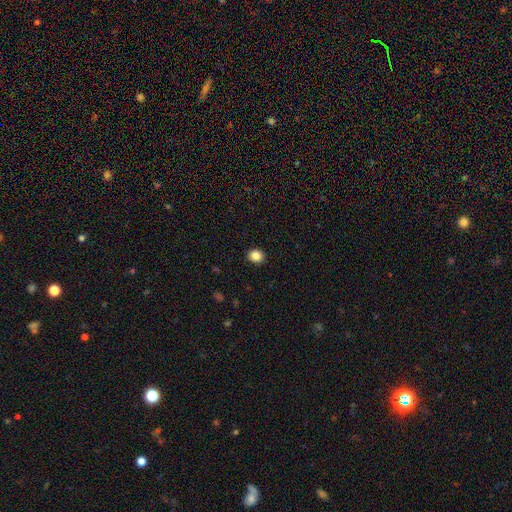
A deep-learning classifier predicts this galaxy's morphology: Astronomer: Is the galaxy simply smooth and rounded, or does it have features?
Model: smooth — 85%.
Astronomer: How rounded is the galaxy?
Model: round — 70%.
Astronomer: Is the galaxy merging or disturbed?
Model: none — 91%.